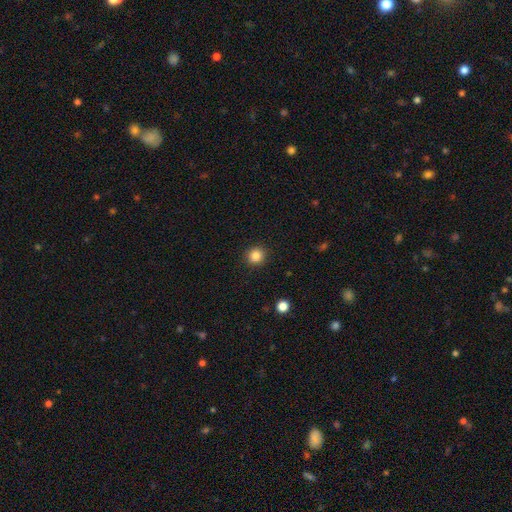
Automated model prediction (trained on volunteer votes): Overall: smooth (85%). How rounded: round (92%). Merging: none (92%).